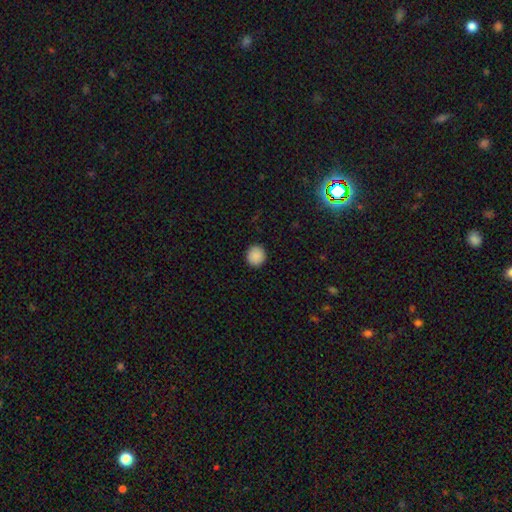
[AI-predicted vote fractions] Q: Smooth or featured?
A: smooth (89%); runner-up: star or artifact (9%)
Q: How rounded?
A: round (91%); runner-up: in between (8%)
Q: Merging?
A: none (92%); runner-up: minor disturbance (5%)